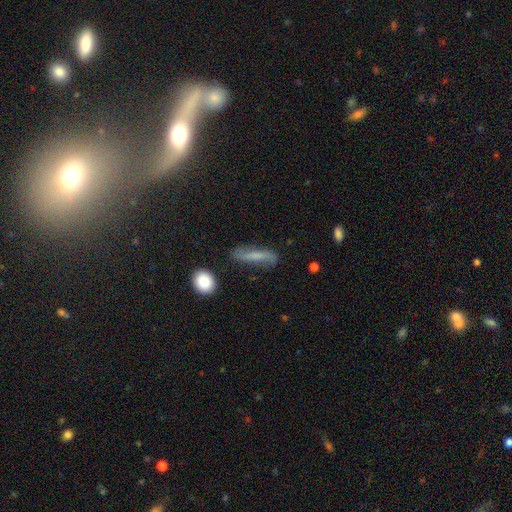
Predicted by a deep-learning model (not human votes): A smooth galaxy with no disk features (51%) that is cigar-shaped (76%). Merging: none (75%).